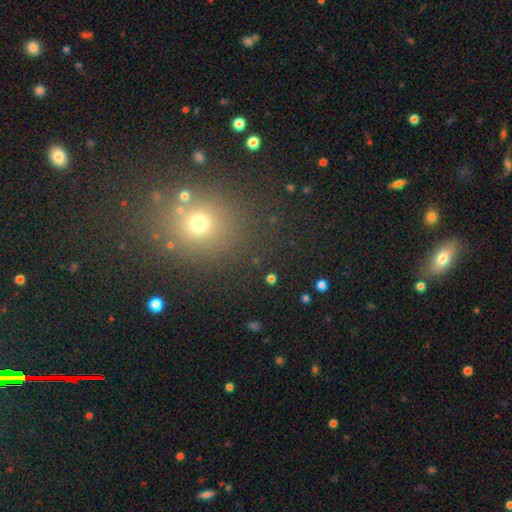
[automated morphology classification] This appears to be a smooth galaxy with no disk features (56%) that is round (72%). Merging: none (82%).